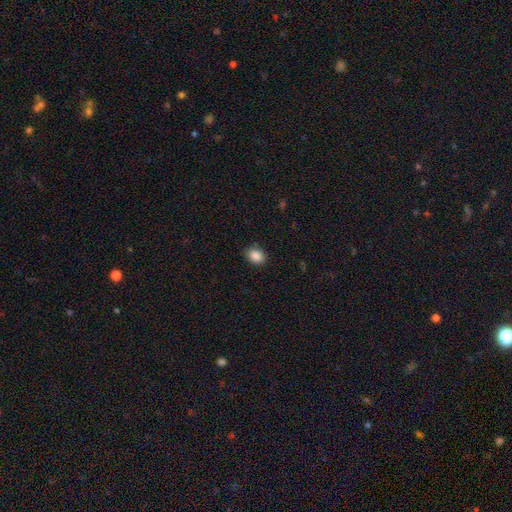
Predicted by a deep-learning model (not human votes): A smooth galaxy with no disk features (87%) that is in between round and cigar-shaped (57%).

Vote fractions:
- Smooth or featured? smooth: 87% / star or artifact: 9% / featured or disk: 4%
- How rounded? in between: 57% / round: 42% / cigar-shaped: 1%
- Merging? none: 87% / minor disturbance: 10% / major disturbance: 2% / merger: 1%